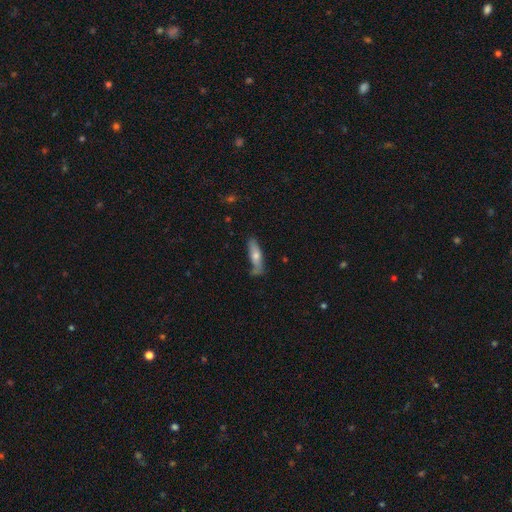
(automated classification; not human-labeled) A smooth galaxy with no disk features (63%) that is cigar-shaped (60%).

Vote fractions:
- Smooth or featured? smooth: 63% / featured or disk: 31% / star or artifact: 6%
- How rounded? cigar-shaped: 60% / in between: 37% / round: 2%
- Merging? none: 63% / minor disturbance: 25% / major disturbance: 6% / merger: 6%